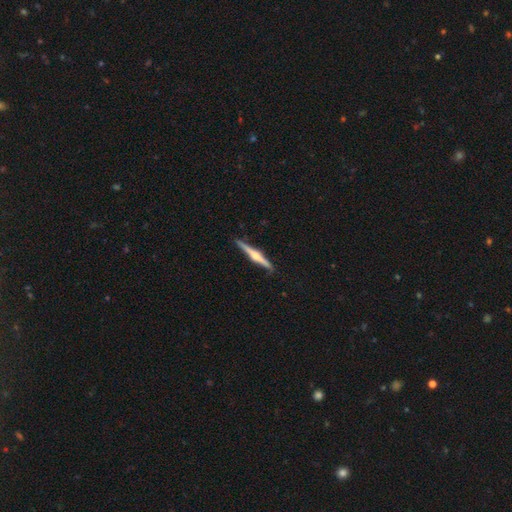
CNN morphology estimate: Smooth or featured: featured or disk — 75% (smooth — 20%)
Edge-on disk: yes — 98% (no — 2%)
Edge-on bulge: rounded — 88% (boxy — 7%)
Merging: none — 89% (minor disturbance — 8%)